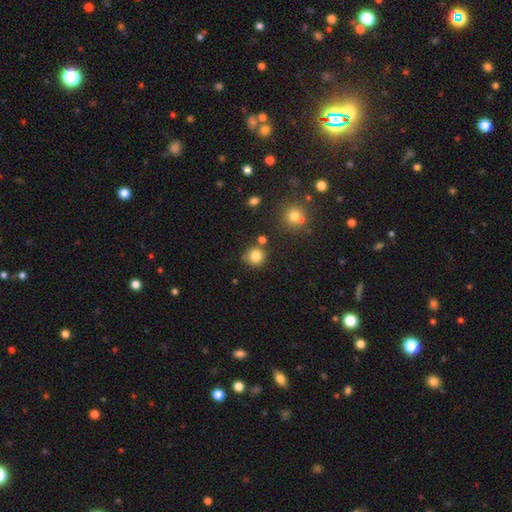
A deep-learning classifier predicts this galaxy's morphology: Smooth or featured? Predicted: smooth (p=0.82). How rounded? Predicted: round (p=0.90). Merging? Predicted: none (p=0.75).